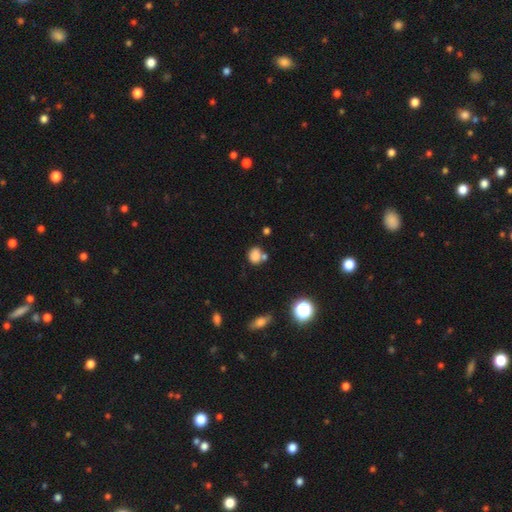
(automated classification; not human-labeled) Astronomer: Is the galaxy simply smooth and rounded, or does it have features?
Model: smooth — 80%.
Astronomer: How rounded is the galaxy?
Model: round — 51% (runner-up: in between, 47%).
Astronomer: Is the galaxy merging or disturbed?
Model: none — 53%.